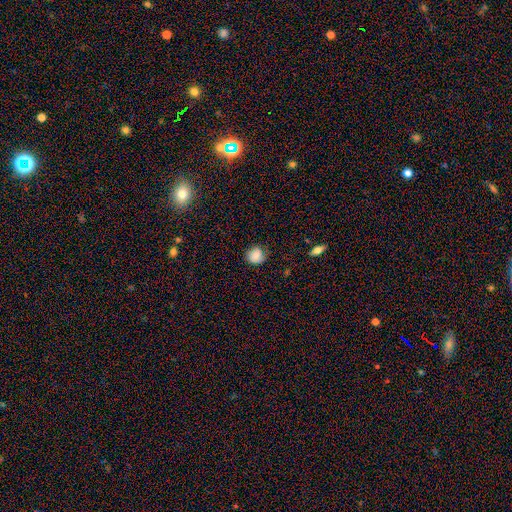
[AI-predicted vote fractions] Smooth or featured? Predicted: smooth (p=0.81). How rounded? Predicted: round (p=0.82). Merging? Predicted: none (p=0.72).